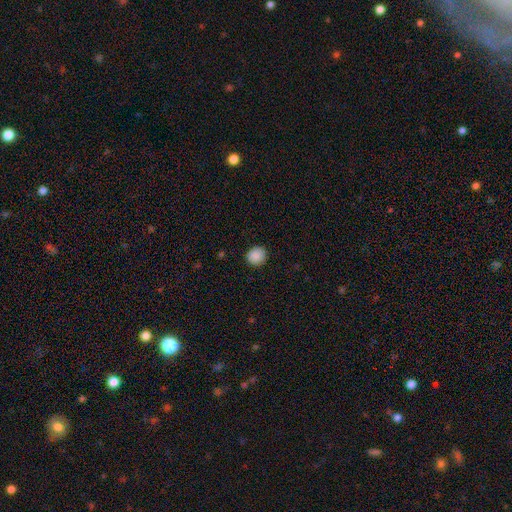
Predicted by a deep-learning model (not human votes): Smooth or featured: smooth — 89% (star or artifact — 9%)
How rounded: round — 87% (in between — 12%)
Merging: none — 89% (minor disturbance — 8%)